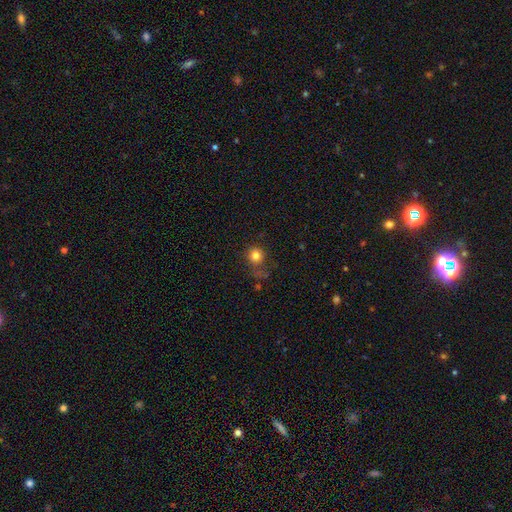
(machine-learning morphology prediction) Overall: smooth (81%). How rounded: round (91%). Merging: none (72%).